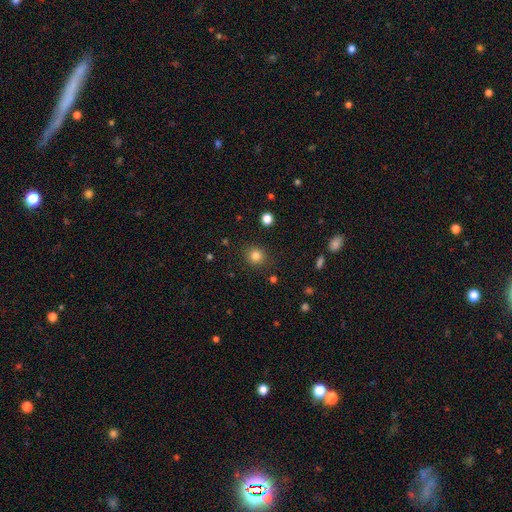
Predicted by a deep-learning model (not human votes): Smooth or featured? smooth (83%)
How rounded? round (89%)
Merging? none (89%)